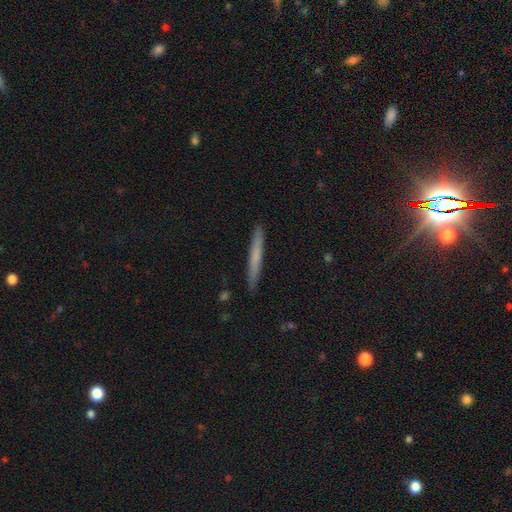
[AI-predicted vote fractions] smooth-or-featured: smooth: 64% | featured or disk: 30% | star or artifact: 6%
  how-rounded: cigar-shaped: 97% | in between: 2% | round: 1%
  merging: none: 91% | minor disturbance: 7% | major disturbance: 1% | merger: 1%